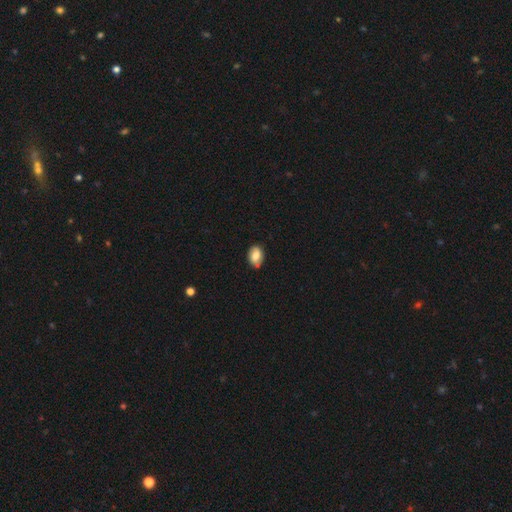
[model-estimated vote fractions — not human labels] This appears to be a smooth galaxy with no disk features (76%) that is in between round and cigar-shaped (84%). Merging: none (78%).